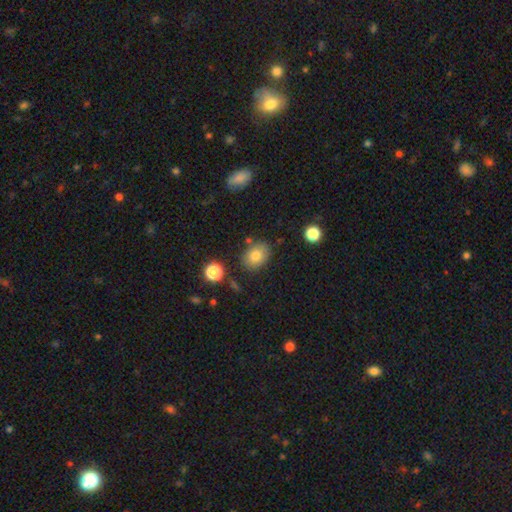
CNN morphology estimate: smooth-or-featured: smooth: 79% | star or artifact: 11% | featured or disk: 10%
  how-rounded: in between: 66% | round: 33% | cigar-shaped: 1%
  merging: none: 79% | minor disturbance: 13% | merger: 5% | major disturbance: 3%